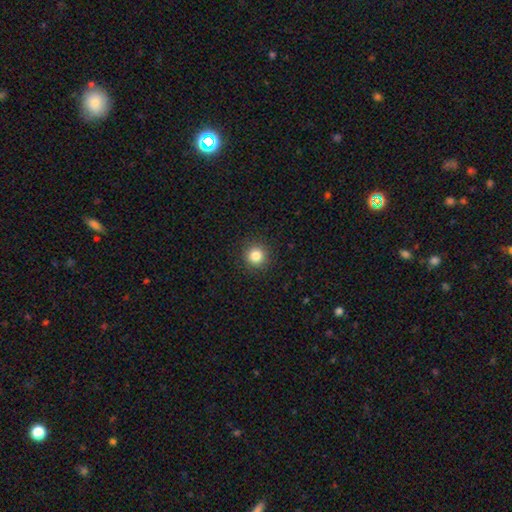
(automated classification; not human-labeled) This is clearly a smooth galaxy (84%). How rounded: clearly round (95%). Merging: clearly none (92%).